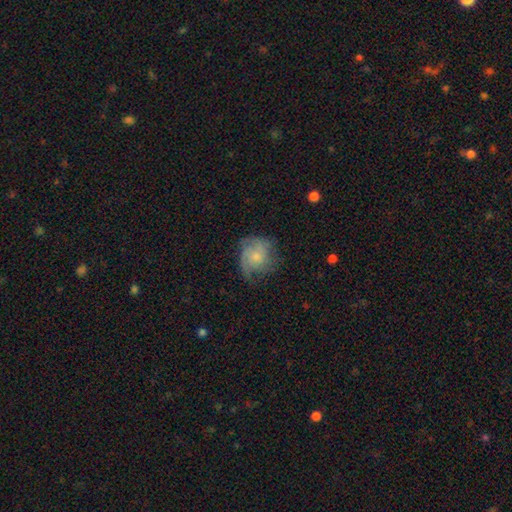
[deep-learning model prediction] This appears to be a featured or disk galaxy (50%). Merging: none (53%).